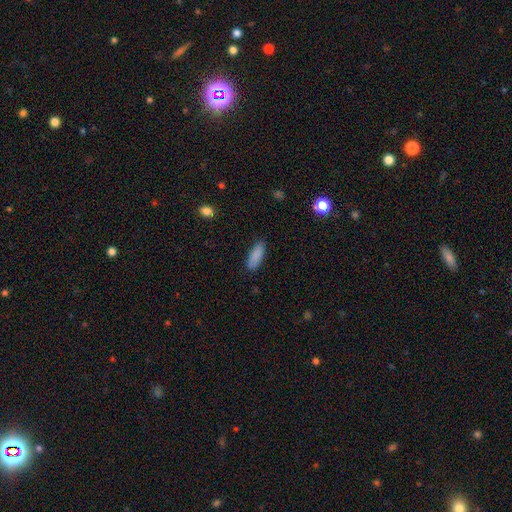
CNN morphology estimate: Smooth or featured: smooth — 88% (star or artifact — 7%)
How rounded: in between — 63% (cigar-shaped — 36%)
Merging: none — 86% (minor disturbance — 10%)